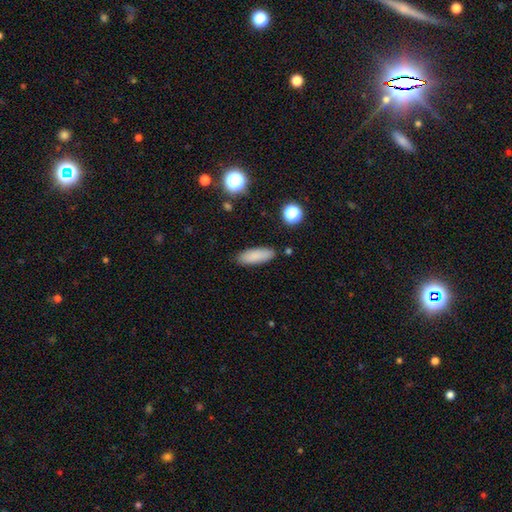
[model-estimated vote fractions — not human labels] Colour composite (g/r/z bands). It shows a smooth galaxy with no disk features (86%) that is in between round and cigar-shaped (58%). Merging: none (87%).